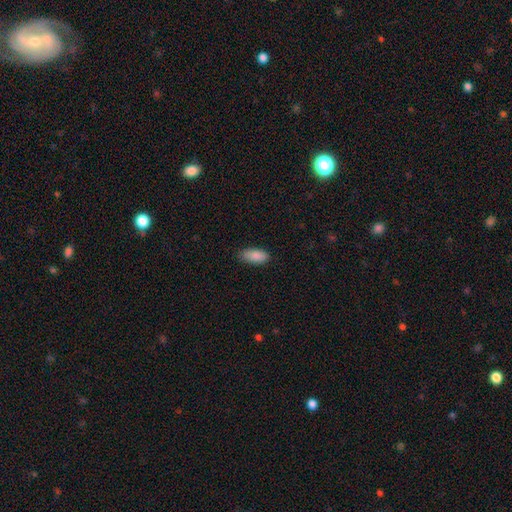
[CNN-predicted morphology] Smooth or featured? smooth (89%)
How rounded? in between (90%)
Merging? none (83%)